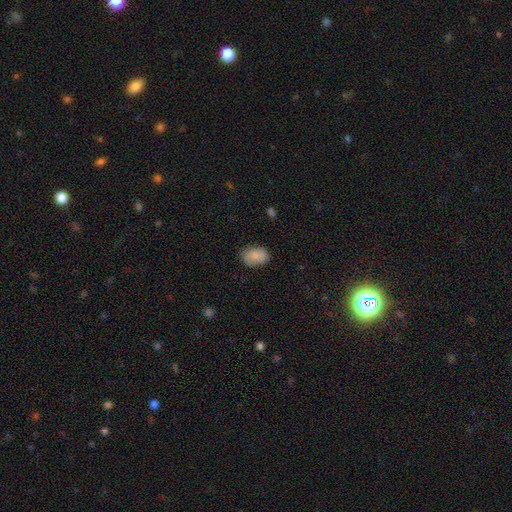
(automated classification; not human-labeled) Morphology: type=smooth (83%); roundness=in between (82%); merging=none (72%).